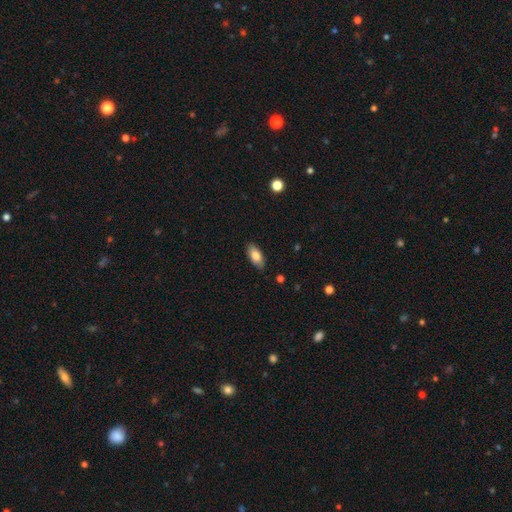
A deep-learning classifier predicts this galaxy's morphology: type=smooth (79%); roundness=in between (90%); merging=none (87%).